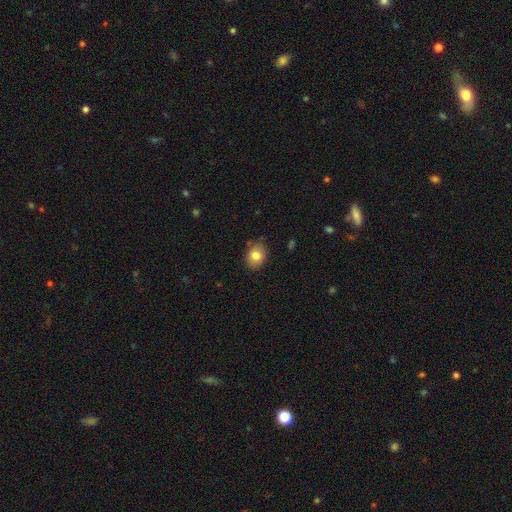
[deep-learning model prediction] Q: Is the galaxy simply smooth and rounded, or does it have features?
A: smooth — 81%.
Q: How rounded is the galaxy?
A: in between — 53%.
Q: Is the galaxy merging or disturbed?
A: none — 84%.